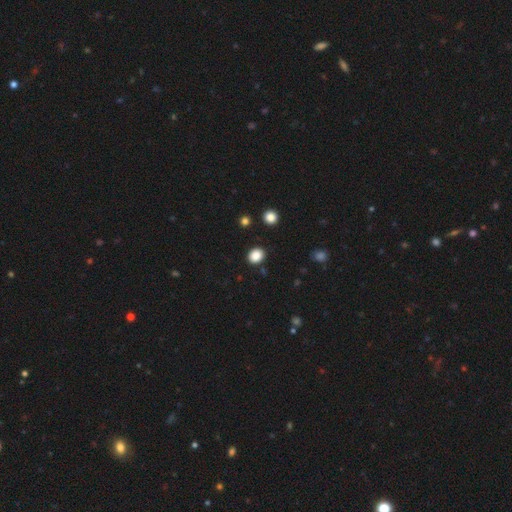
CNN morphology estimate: Q: Smooth or featured?
A: smooth (86%); runner-up: star or artifact (10%)
Q: How rounded?
A: round (65%); runner-up: in between (34%)
Q: Merging?
A: none (89%); runner-up: minor disturbance (7%)